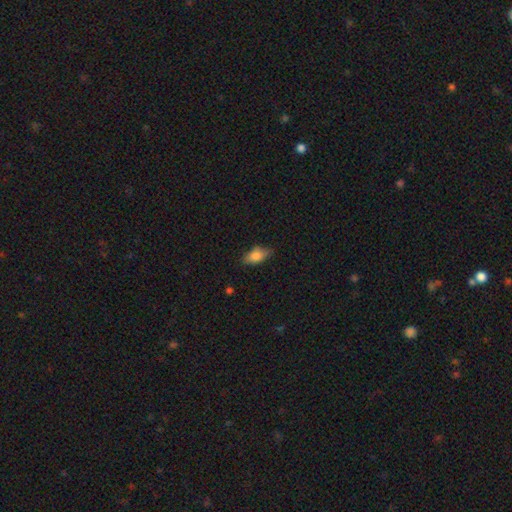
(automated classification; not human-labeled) Smooth or featured? Predicted: smooth (p=0.78). How rounded? Predicted: in between (p=0.87). Merging? Predicted: none (p=0.74).